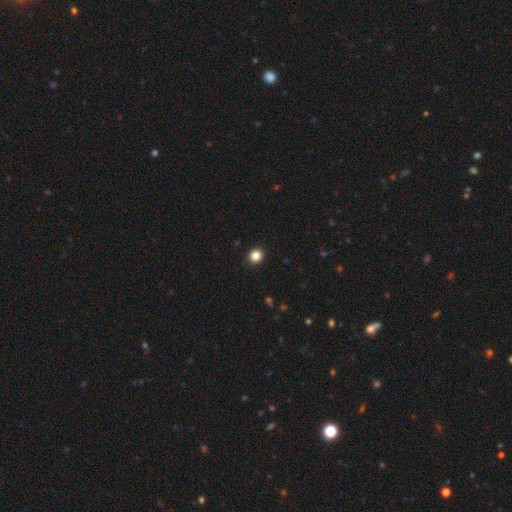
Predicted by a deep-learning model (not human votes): Q: Smooth or featured?
A: smooth (85%); runner-up: star or artifact (11%)
Q: How rounded?
A: round (88%); runner-up: in between (11%)
Q: Merging?
A: none (93%); runner-up: minor disturbance (5%)